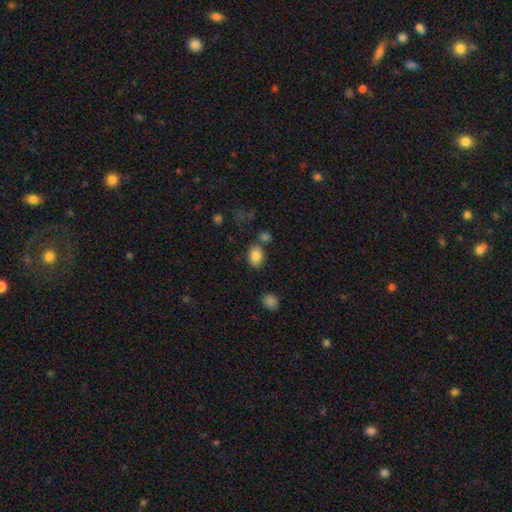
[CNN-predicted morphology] A smooth galaxy with no disk features (84%) that is in between round and cigar-shaped (64%).

Vote fractions:
- Smooth or featured? smooth: 84% / star or artifact: 10% / featured or disk: 7%
- How rounded? in between: 64% / round: 36% / cigar-shaped: 1%
- Merging? none: 76% / minor disturbance: 12% / merger: 9% / major disturbance: 3%